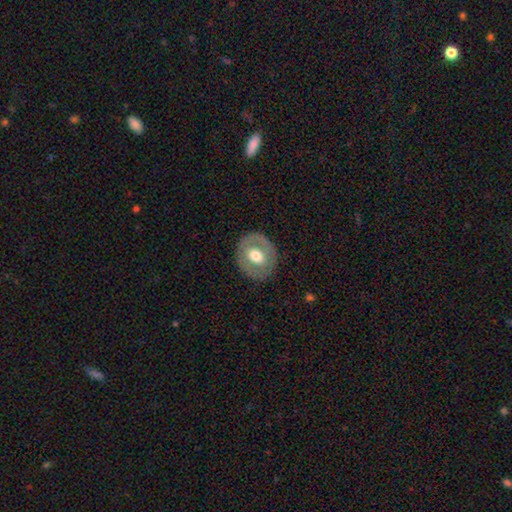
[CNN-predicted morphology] smooth-or-featured: smooth: 49% | featured or disk: 45% | star or artifact: 6%
  merging: none: 84% | minor disturbance: 11% | major disturbance: 4% | merger: 1%